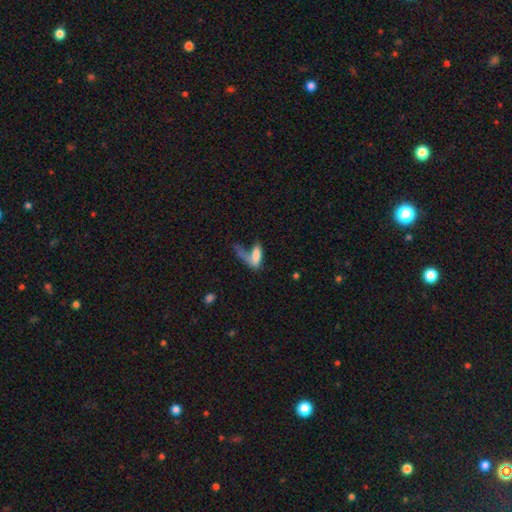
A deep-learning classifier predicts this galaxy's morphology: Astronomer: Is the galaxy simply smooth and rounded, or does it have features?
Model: smooth — 68%.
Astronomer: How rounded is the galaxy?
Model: in between — 61%.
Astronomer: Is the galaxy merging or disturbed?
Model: major disturbance — 40% (runner-up: none, 25%).